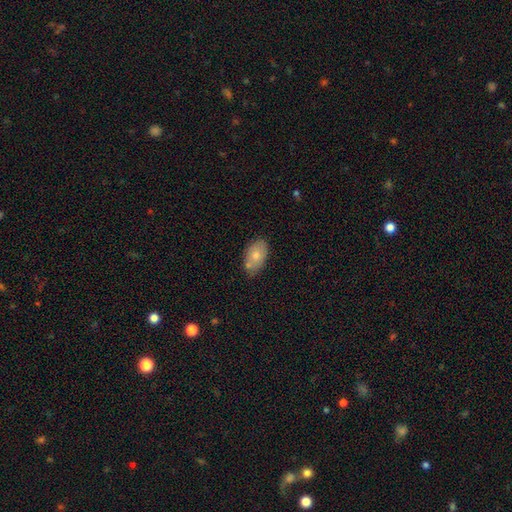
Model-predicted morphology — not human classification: Smooth or featured: smooth — 74% (featured or disk — 19%)
How rounded: in between — 91% (round — 8%)
Merging: none — 65% (minor disturbance — 20%)